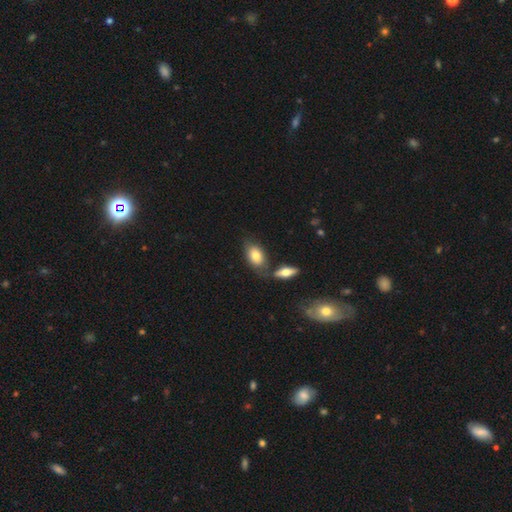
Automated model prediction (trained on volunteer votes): A smooth galaxy with no disk features (78%) that is in between round and cigar-shaped (90%). Merging: none (59%).